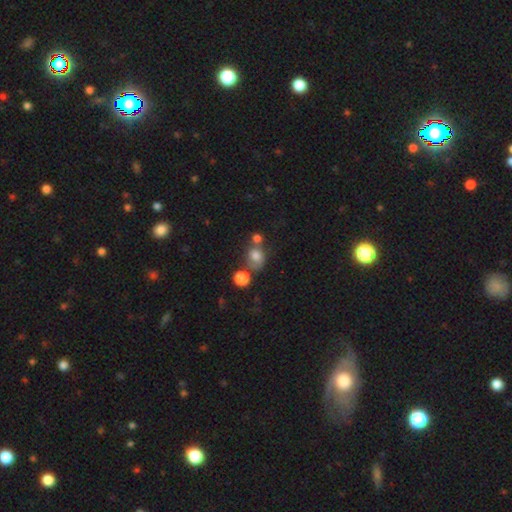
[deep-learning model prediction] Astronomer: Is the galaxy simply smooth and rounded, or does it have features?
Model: smooth — 75%.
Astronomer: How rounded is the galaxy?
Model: round — 57% (runner-up: in between, 41%).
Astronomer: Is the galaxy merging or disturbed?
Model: none — 46% (runner-up: merger, 29%).